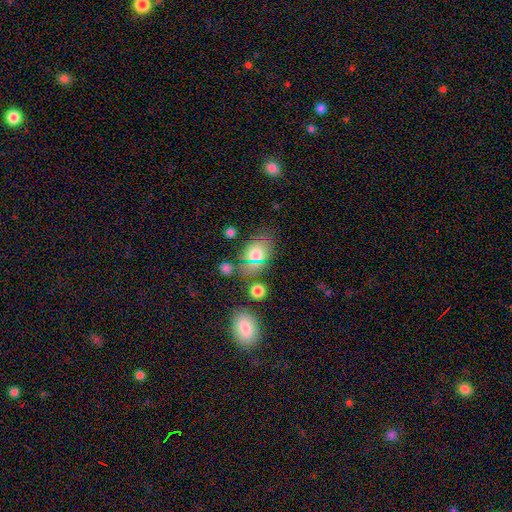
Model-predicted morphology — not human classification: Overall: smooth (72%). How rounded: in between (79%). Merging: none (70%).